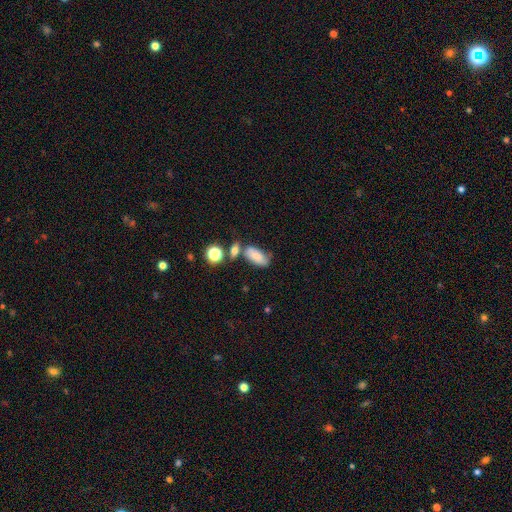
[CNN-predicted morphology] Smooth or featured: smooth — 76% (featured or disk — 14%)
How rounded: in between — 87% (cigar-shaped — 7%)
Merging: none — 47% (minor disturbance — 22%)